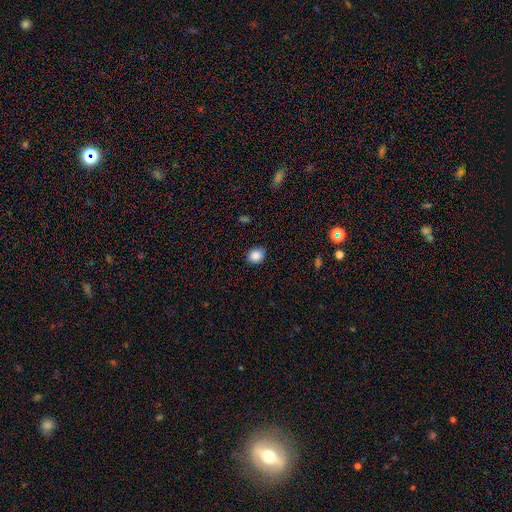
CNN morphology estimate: A smooth galaxy with no disk features (86%) that is round (76%). Merging: none (84%).